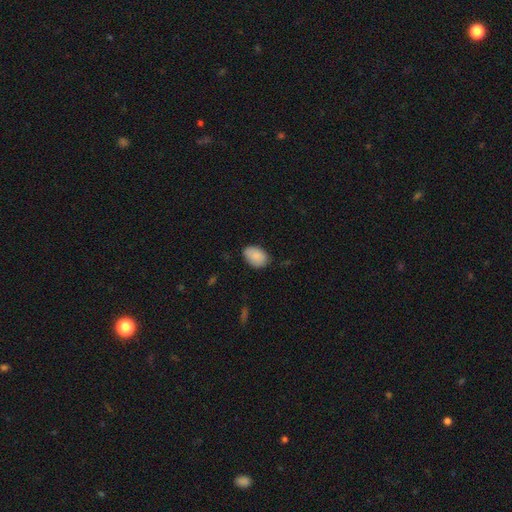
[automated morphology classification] A smooth galaxy with no disk features (88%) that is in between round and cigar-shaped (86%).

Vote fractions:
- Smooth or featured? smooth: 88% / star or artifact: 6% / featured or disk: 5%
- How rounded? in between: 86% / round: 13% / cigar-shaped: 1%
- Merging? none: 78% / minor disturbance: 18% / major disturbance: 3% / merger: 1%